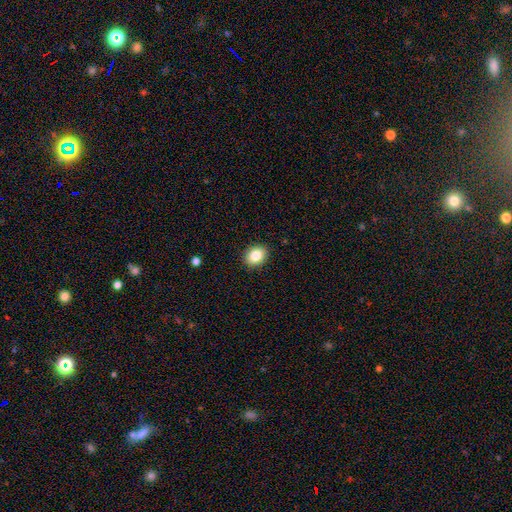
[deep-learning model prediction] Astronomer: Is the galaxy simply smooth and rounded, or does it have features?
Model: smooth — 85%.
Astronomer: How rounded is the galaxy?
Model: in between — 56% (runner-up: round, 43%).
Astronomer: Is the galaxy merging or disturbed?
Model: none — 90%.